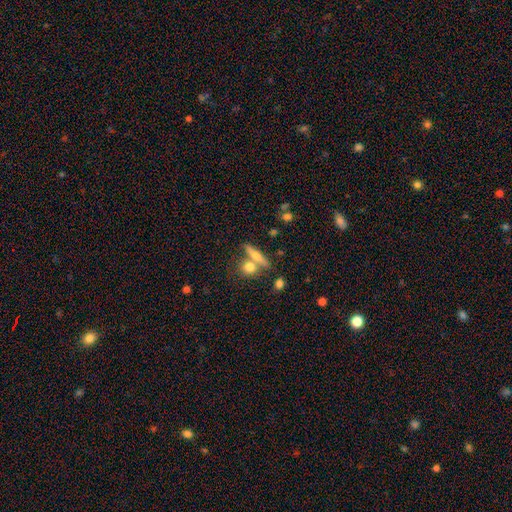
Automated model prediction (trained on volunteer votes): A smooth galaxy with no disk features (56%) that is cigar-shaped (65%).

Vote fractions:
- Smooth or featured? smooth: 56% / featured or disk: 36% / star or artifact: 8%
- How rounded? cigar-shaped: 65% / in between: 22% / round: 13%
- Merging? none: 59% / merger: 28% / minor disturbance: 9% / major disturbance: 4%